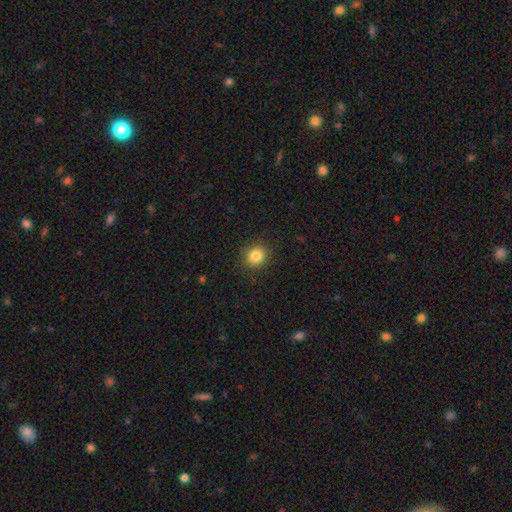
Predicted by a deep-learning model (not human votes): This appears to be a smooth galaxy with no disk features (83%) that is round (85%). Merging: none (91%).